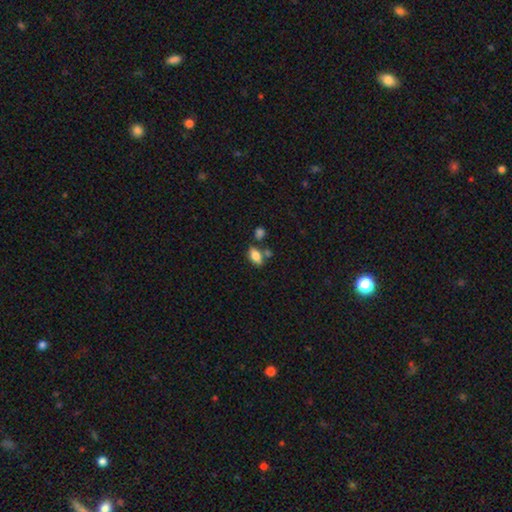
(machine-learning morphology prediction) Smooth or featured: smooth — 80% (featured or disk — 12%)
How rounded: in between — 88% (round — 6%)
Merging: none — 64% (merger — 16%)